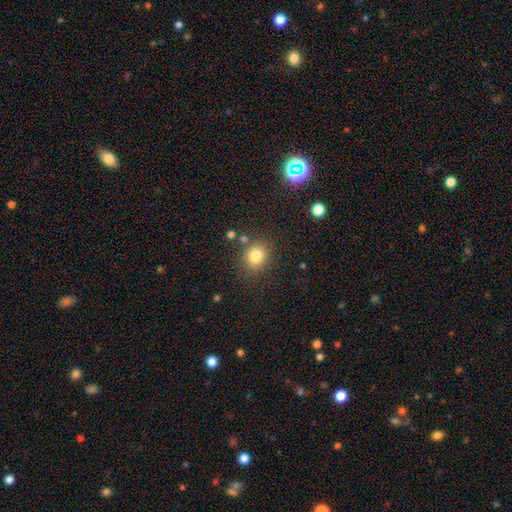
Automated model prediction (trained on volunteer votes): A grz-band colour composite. It shows a smooth galaxy with no disk features (81%) that is round (71%). Merging: none (80%).